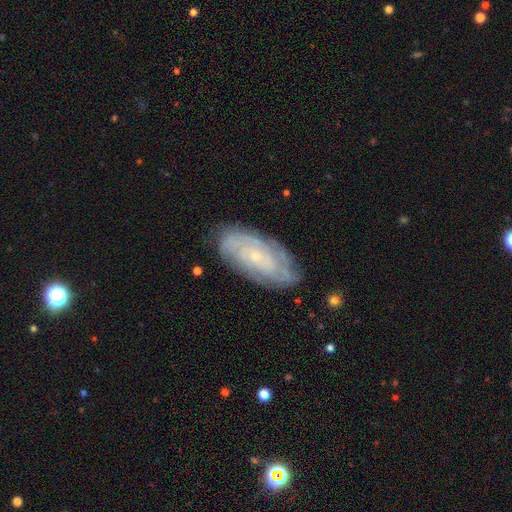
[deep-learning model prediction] This is likely a featured or disk galaxy (74%). It is clearly not viewed edge-on (93%). Bar: likely no (74%). Spiral arm pattern: clearly yes (90%). Spiral arm count: possibly can't tell (49%). Spiral winding: likely tight (73%). Central bulge: likely small (80%). Merging: likely none (80%).